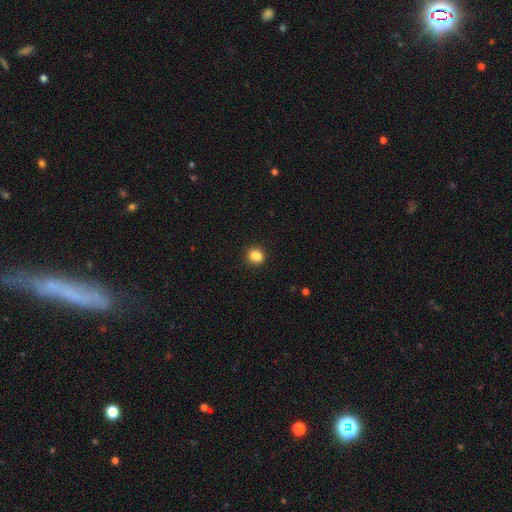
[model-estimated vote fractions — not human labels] This appears to be a smooth galaxy with no disk features (83%) that is round (65%). Merging: none (66%).